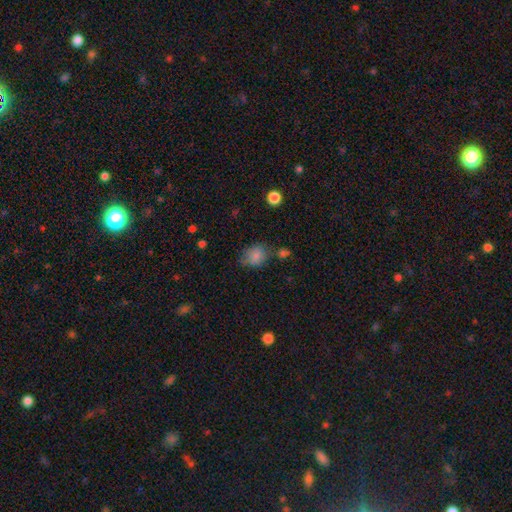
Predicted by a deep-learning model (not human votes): A smooth galaxy with no disk features (82%) that is in between round and cigar-shaped (50%). Merging: none (59%).